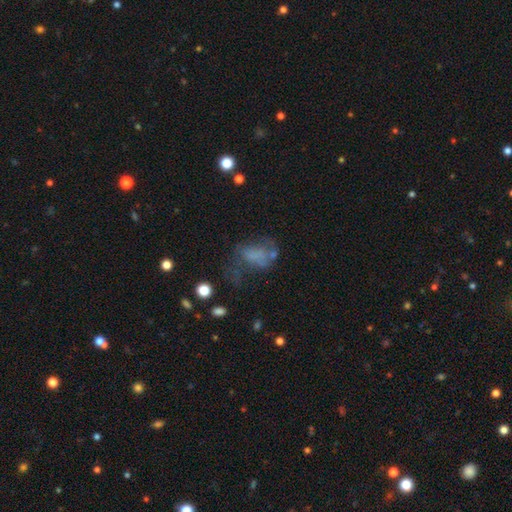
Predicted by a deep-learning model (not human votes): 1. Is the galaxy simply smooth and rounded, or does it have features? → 46% smooth, 37% featured or disk, 17% star or artifact.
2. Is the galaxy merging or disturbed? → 41% major disturbance, 29% none, 21% minor disturbance, 9% merger.